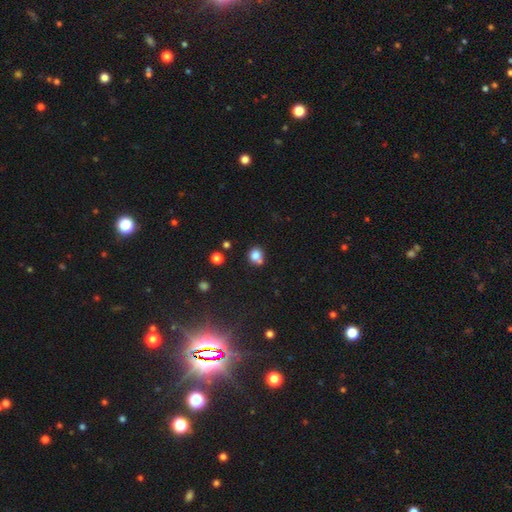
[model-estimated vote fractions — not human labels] smooth_or_featured: smooth (p=0.79) [alt: star or artifact p=0.12]
how_rounded: round (p=0.78) [alt: in between p=0.21]
merging: none (p=0.53) [alt: merger p=0.27]